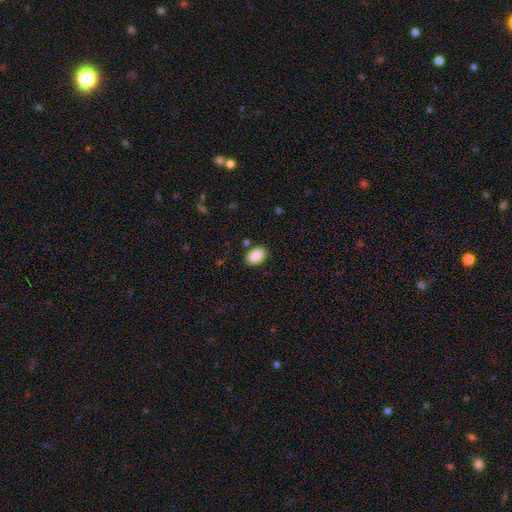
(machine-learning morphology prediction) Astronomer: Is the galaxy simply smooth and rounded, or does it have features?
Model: smooth — 89%.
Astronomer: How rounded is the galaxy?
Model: in between — 86%.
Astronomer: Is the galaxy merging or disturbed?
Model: none — 84%.